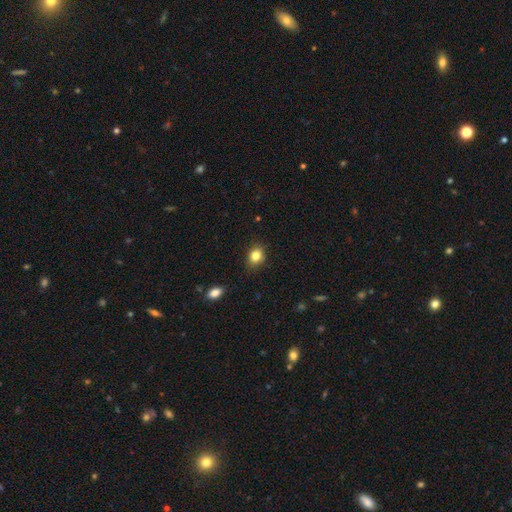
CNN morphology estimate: Smooth or featured? smooth (83%)
How rounded? round (56%)
Merging? none (82%)